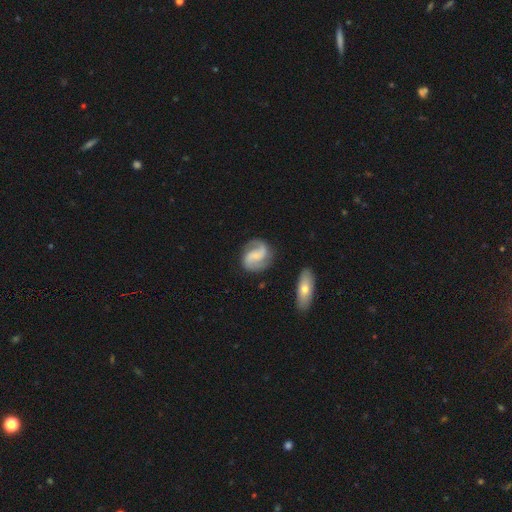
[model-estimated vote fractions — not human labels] A featured or disk galaxy (82%) with a weak bar (42%), 2 (91%) medium (50%) spiral arms (96%) and a small central bulge (55%).

Vote fractions:
- Smooth or featured? featured or disk: 82% / smooth: 13% / star or artifact: 5%
- Edge-on disk? no: 98% / yes: 2%
- Bar? weak: 42% / no: 39% / strong: 18%
- Spiral arms? yes: 96% / no: 4%
- Spiral winding? medium: 50% / loose: 29% / tight: 21%
- Spiral arm count? 2: 91% / can't tell: 3% / 1: 2% / 3: 2% / 4: 1% / more than 4: 1%
- Bulge size? small: 55% / none: 22% / moderate: 20% / large: 2% / dominant: 1%
- Merging? none: 79% / minor disturbance: 13% / major disturbance: 5% / merger: 3%